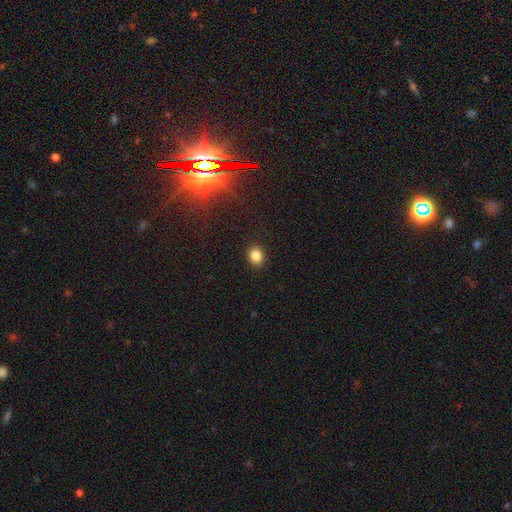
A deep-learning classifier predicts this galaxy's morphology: This appears to be a smooth galaxy with no disk features (84%) that is round (63%). Merging: none (90%).